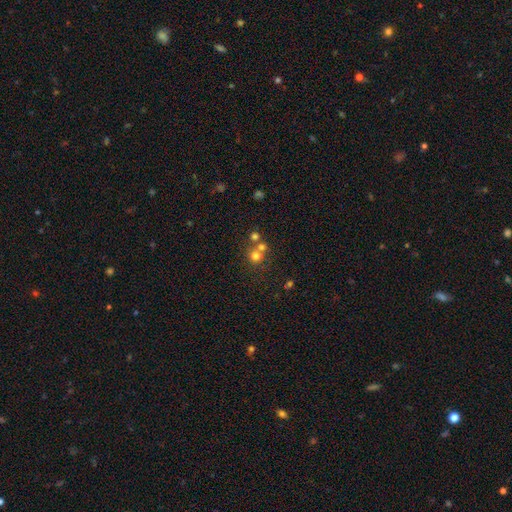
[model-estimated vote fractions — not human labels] Smooth or featured: smooth — 70% (star or artifact — 17%)
How rounded: round — 89% (in between — 11%)
Merging: none — 50% (merger — 40%)